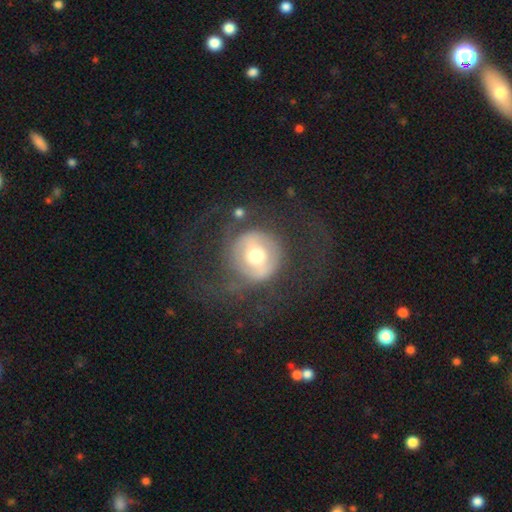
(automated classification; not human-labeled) Q: Smooth or featured?
A: featured or disk (58%); runner-up: smooth (35%)
Q: Edge-on disk?
A: no (95%); runner-up: yes (5%)
Q: Bar?
A: no (48%); runner-up: weak (30%)
Q: Spiral arms?
A: no (56%); runner-up: yes (44%)
Q: Bulge size?
A: moderate (68%); runner-up: large (20%)
Q: Merging?
A: none (59%); runner-up: major disturbance (25%)